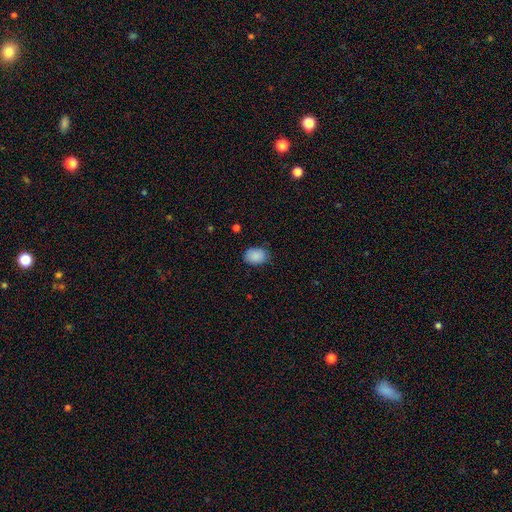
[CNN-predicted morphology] type=smooth (88%); roundness=in between (74%); merging=none (75%).